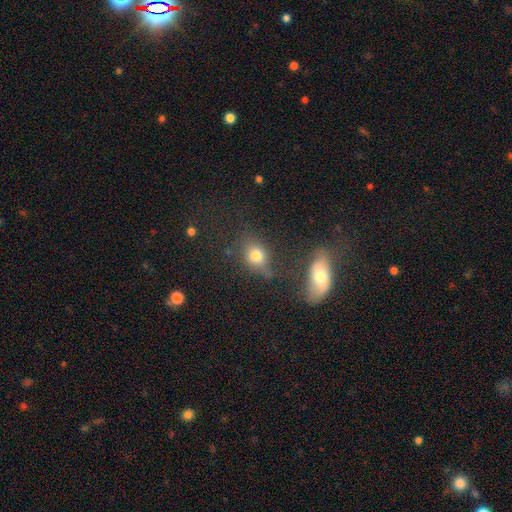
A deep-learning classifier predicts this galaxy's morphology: smooth-or-featured: smooth: 72% | star or artifact: 16% | featured or disk: 12%
  how-rounded: round: 53% | in between: 44% | cigar-shaped: 3%
  merging: none: 61% | minor disturbance: 16% | merger: 14% | major disturbance: 9%